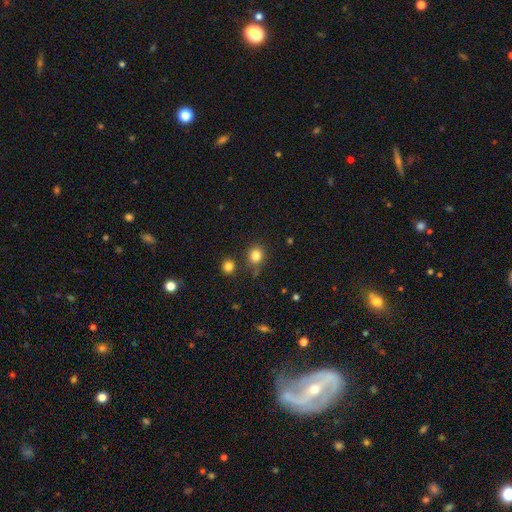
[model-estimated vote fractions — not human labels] smooth 82%, star or artifact 12%, featured or disk 5%. Down the decision tree: how rounded — round (84%); merging — none (80%).